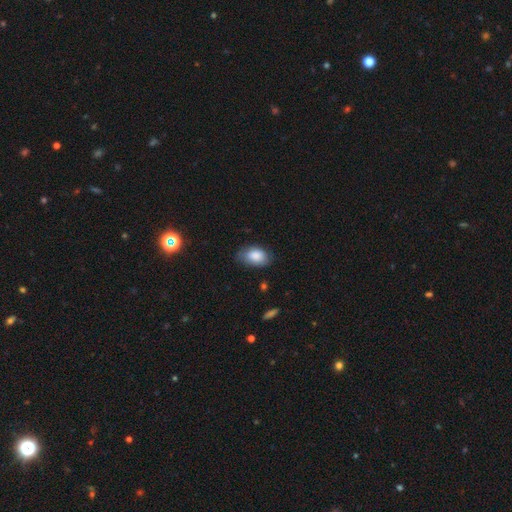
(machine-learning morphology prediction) Smooth or featured?
  - smooth: 85% *
  - featured or disk: 8%
  - star or artifact: 7%
How rounded?
  - in between: 90% *
  - round: 8%
  - cigar-shaped: 1%
Merging?
  - none: 69% *
  - minor disturbance: 25%
  - major disturbance: 5%
  - merger: 1%